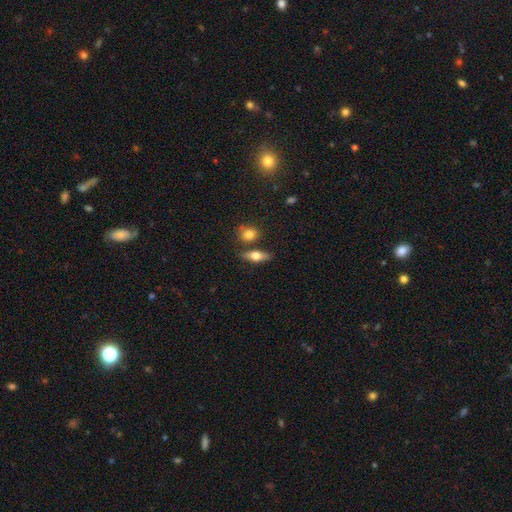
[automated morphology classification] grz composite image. It shows a smooth galaxy with no disk features (61%) that is in between round and cigar-shaped (62%). Merging: none (73%).